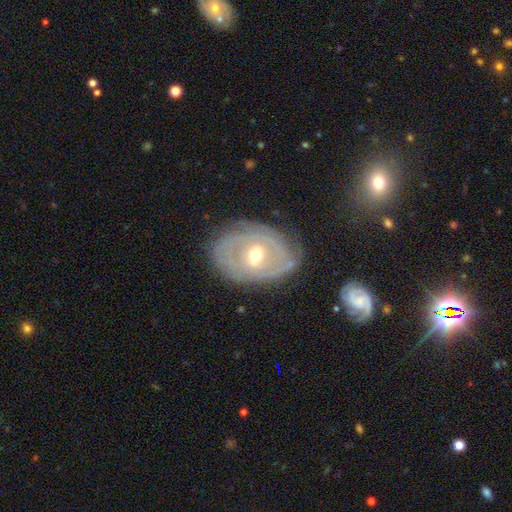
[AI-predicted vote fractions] A featured or disk galaxy (77%) with a weak bar (45%), tight (67%) spiral arms (74%) and a moderate central bulge (63%).

Vote fractions:
- Smooth or featured? featured or disk: 77% / smooth: 17% / star or artifact: 6%
- Edge-on disk? no: 95% / yes: 5%
- Bar? weak: 45% / no: 40% / strong: 15%
- Spiral arms? yes: 74% / no: 26%
- Spiral winding? tight: 67% / medium: 23% / loose: 10%
- Spiral arm count? can't tell: 42% / 2: 34% / 3: 9% / 1: 7% / 4: 4% / more than 4: 4%
- Bulge size? moderate: 63% / small: 32% / large: 3% / none: 1% / dominant: 1%
- Merging? none: 72% / minor disturbance: 19% / major disturbance: 7% / merger: 2%